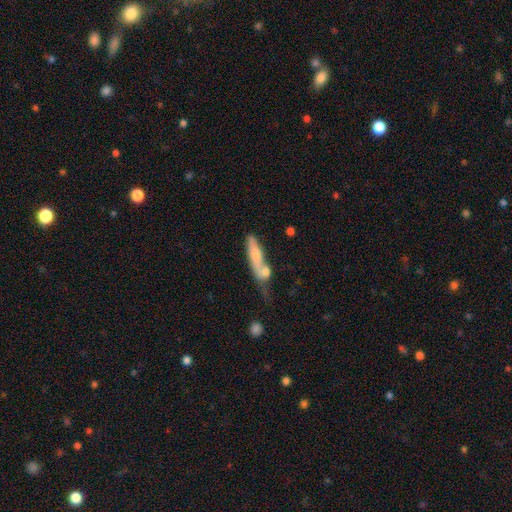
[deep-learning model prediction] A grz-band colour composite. It shows a smooth galaxy with no disk features (60%) that is cigar-shaped (71%). Merging: merger (41%).